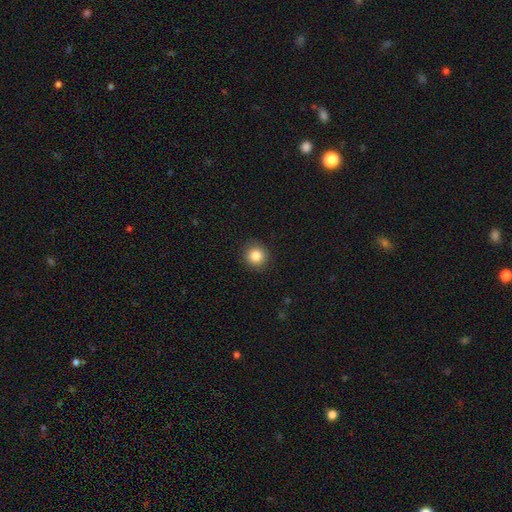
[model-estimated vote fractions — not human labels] Overall: smooth (85%). How rounded: round (92%). Merging: none (91%).